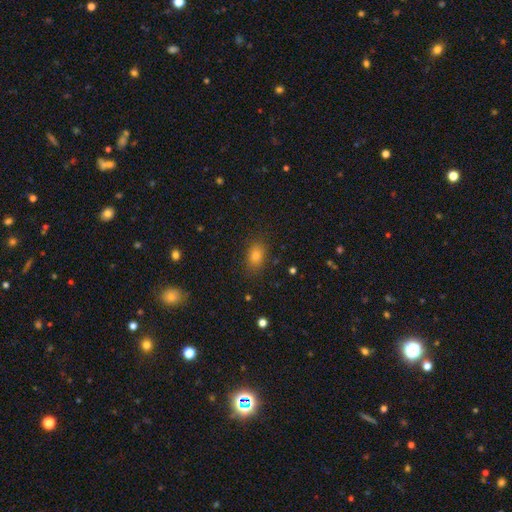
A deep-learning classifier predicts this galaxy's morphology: Smooth or featured? Predicted: smooth (p=0.75). How rounded? Predicted: in between (p=0.71). Merging? Predicted: none (p=0.86).